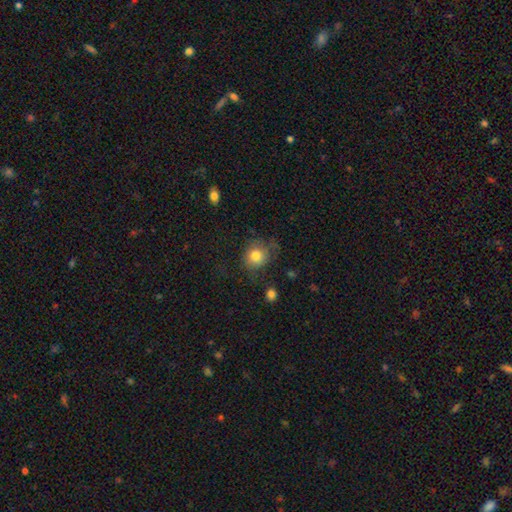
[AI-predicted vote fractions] Smooth or featured: smooth — 80% (featured or disk — 10%)
How rounded: round — 78% (in between — 21%)
Merging: none — 63% (minor disturbance — 23%)